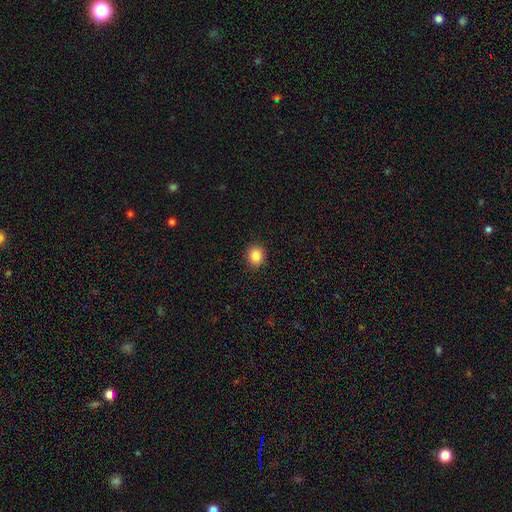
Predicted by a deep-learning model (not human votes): The model was most divided on "how rounded": round: 82%, in between: 18%, cigar-shaped: 1%. More confident: merging — none (91%); smooth or featured — smooth (86%).